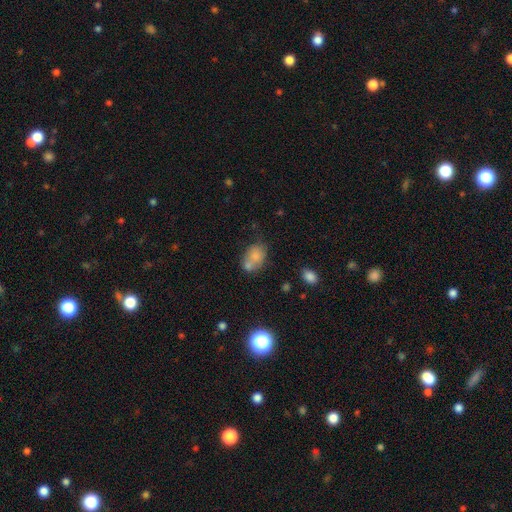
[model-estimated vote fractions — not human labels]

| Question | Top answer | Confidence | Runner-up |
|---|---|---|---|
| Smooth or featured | smooth | 75% | featured or disk (15%) |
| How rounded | in between | 72% | round (26%) |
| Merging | merger | 42% | none (36%) |